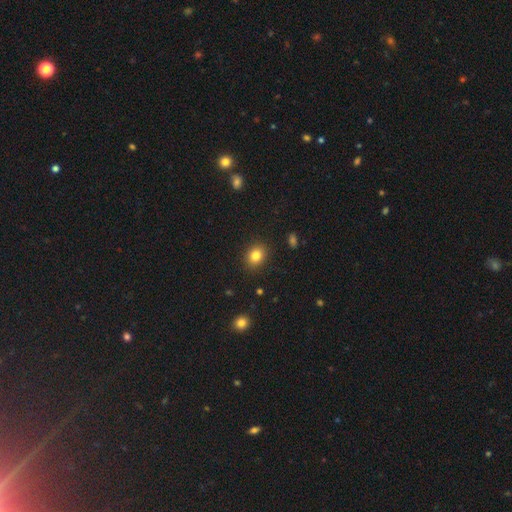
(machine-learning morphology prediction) This is clearly a smooth galaxy (83%). How rounded: possibly round (57%). Merging: clearly none (89%).